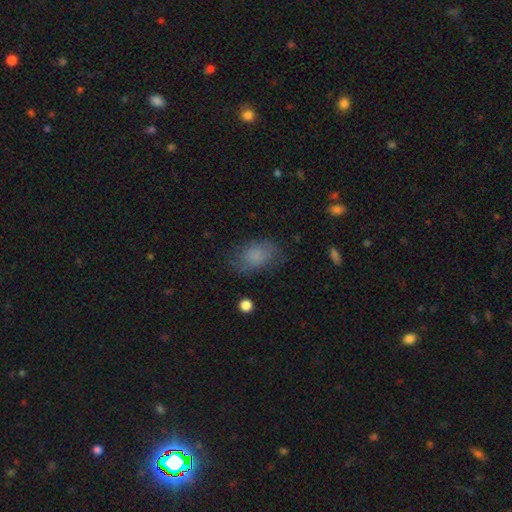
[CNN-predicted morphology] A smooth galaxy with no disk features (74%) that is in between round and cigar-shaped (85%).

Vote fractions:
- Smooth or featured? smooth: 74% / featured or disk: 15% / star or artifact: 10%
- How rounded? in between: 85% / round: 14% / cigar-shaped: 2%
- Merging? none: 67% / minor disturbance: 21% / major disturbance: 10% / merger: 2%